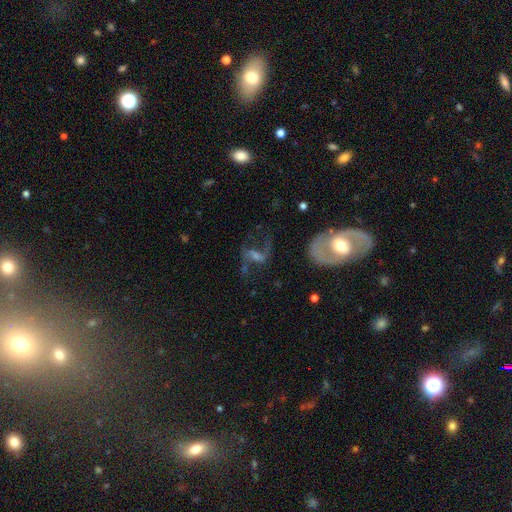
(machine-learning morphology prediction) featured or disk 71%, smooth 16%, star or artifact 13%. Down the decision tree: edge-on disk — no (94%); bar — weak (43%); spiral arms — yes (85%); spiral arm count — 2 (84%); spiral winding — loose (66%); bulge size — moderate (37%); merging — none (52%).